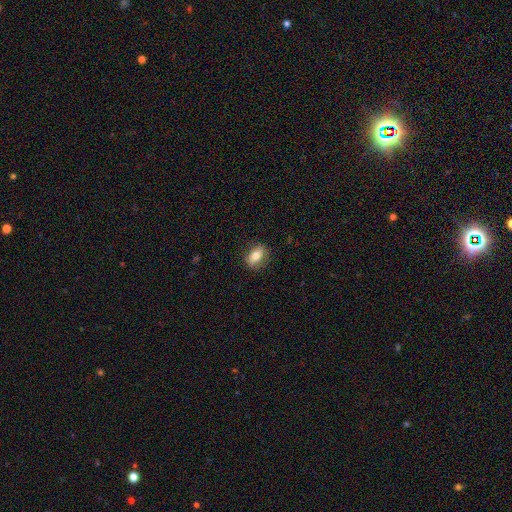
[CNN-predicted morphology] A smooth galaxy with no disk features (72%) that is in between round and cigar-shaped (78%).

Vote fractions:
- Smooth or featured? smooth: 72% / featured or disk: 20% / star or artifact: 8%
- How rounded? in between: 78% / round: 17% / cigar-shaped: 5%
- Merging? none: 82% / minor disturbance: 13% / major disturbance: 3% / merger: 1%